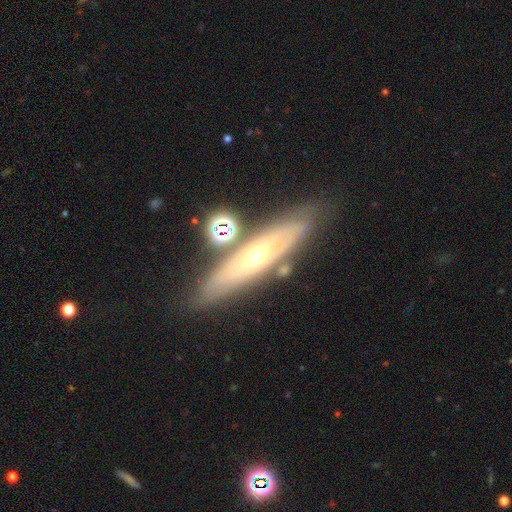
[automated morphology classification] featured or disk 62%, smooth 28%, star or artifact 10%. Down the decision tree: edge-on disk — yes (59%); merging — none (77%).